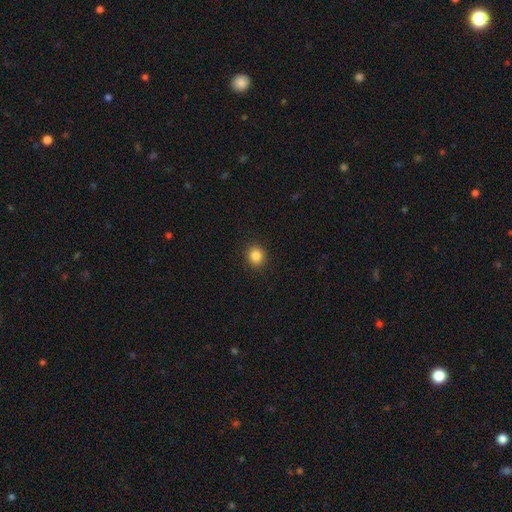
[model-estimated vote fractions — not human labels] A smooth galaxy with no disk features (85%) that is round (85%). Merging: none (91%).